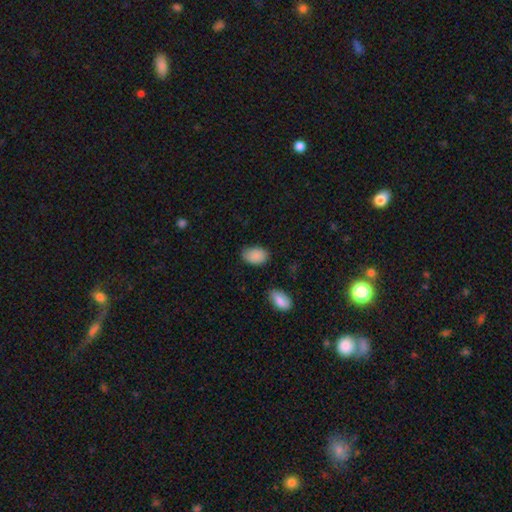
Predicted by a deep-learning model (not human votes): The model was most divided on "merging": none: 75%, minor disturbance: 19%, major disturbance: 3%, merger: 2%. More confident: smooth or featured — smooth (88%); how rounded — in between (88%).